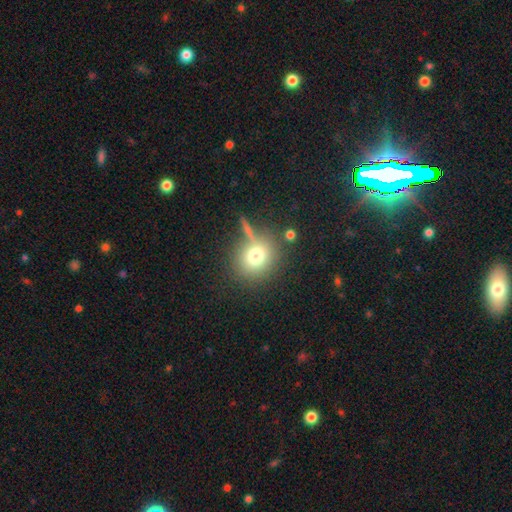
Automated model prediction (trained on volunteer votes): Smooth or featured? smooth (74%)
How rounded? round (80%)
Merging? none (68%)